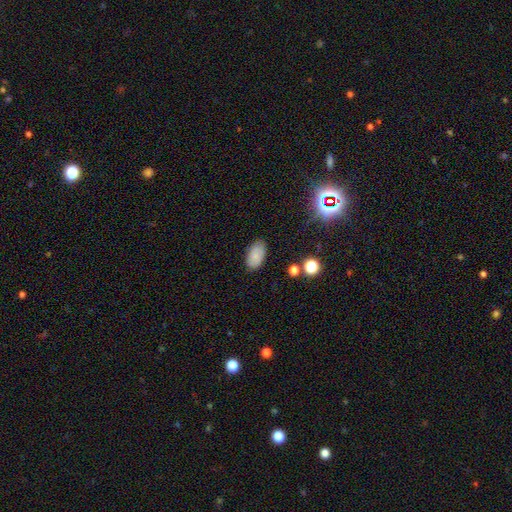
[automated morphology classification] Q: Smooth or featured?
A: smooth (81%); runner-up: star or artifact (10%)
Q: How rounded?
A: in between (94%); runner-up: round (4%)
Q: Merging?
A: none (83%); runner-up: minor disturbance (13%)